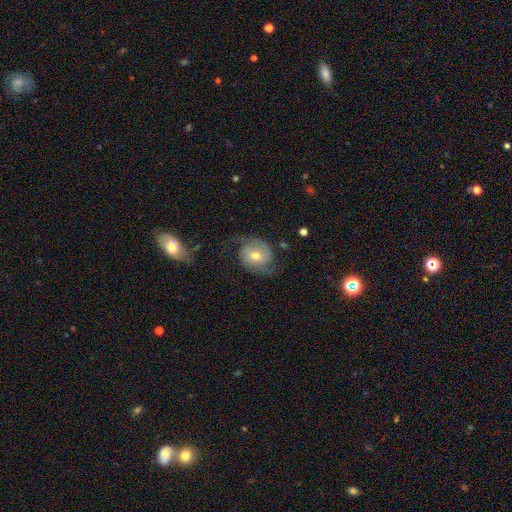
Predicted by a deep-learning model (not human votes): smooth-or-featured: featured or disk: 78% | smooth: 15% | star or artifact: 7%
  disk-edge-on: no: 97% | yes: 3%
    bar: no: 59% | weak: 33% | strong: 8%
    has-spiral-arms: yes: 95% | no: 5%
      spiral-winding: medium: 44% | loose: 33% | tight: 23%
      spiral-arm-count: 2: 90% | can't tell: 4% | 1: 2% | 3: 2% | 4: 1% | more than 4: 1%
    bulge-size: moderate: 64% | small: 30% | large: 3% | none: 1% | dominant: 1%
  merging: none: 71% | minor disturbance: 17% | major disturbance: 11% | merger: 2%